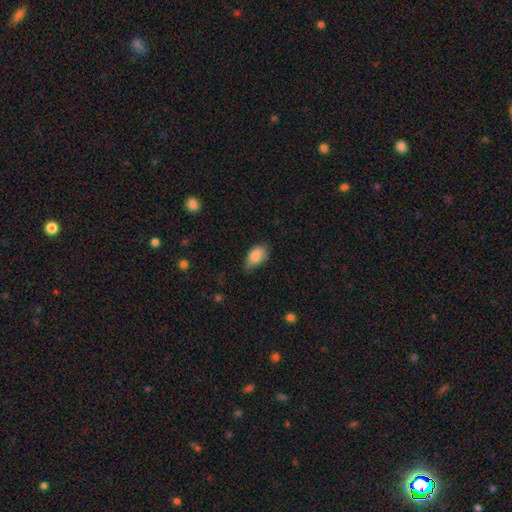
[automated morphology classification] Smooth or featured? smooth (86%)
How rounded? in between (91%)
Merging? none (55%)